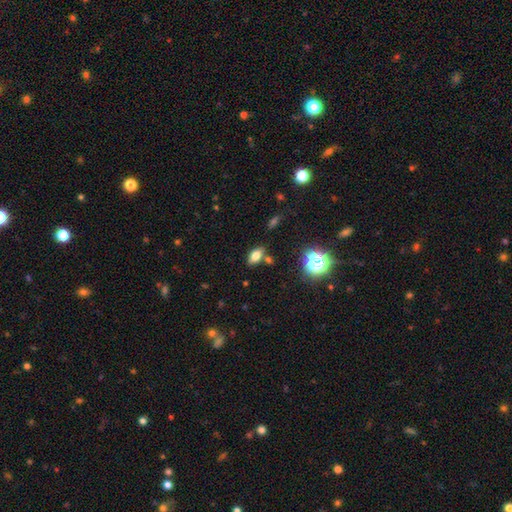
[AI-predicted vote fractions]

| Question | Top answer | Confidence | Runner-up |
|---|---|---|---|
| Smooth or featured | smooth | 72% | star or artifact (15%) |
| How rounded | in between | 84% | round (9%) |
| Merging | none | 75% | minor disturbance (13%) |